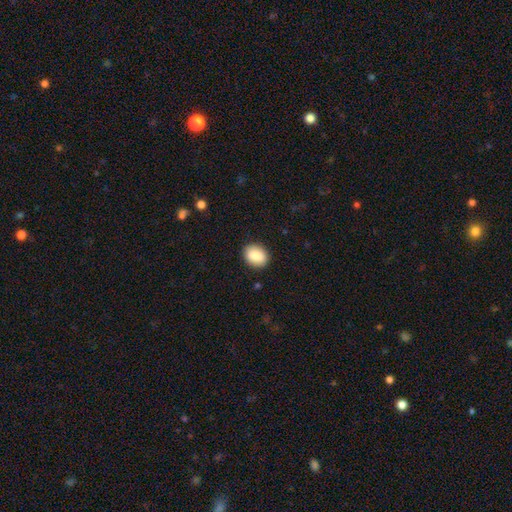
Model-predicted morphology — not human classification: smooth-or-featured: smooth: 87% | star or artifact: 7% | featured or disk: 6%
  how-rounded: in between: 68% | round: 31% | cigar-shaped: 1%
  merging: none: 88% | minor disturbance: 9% | major disturbance: 2% | merger: 1%